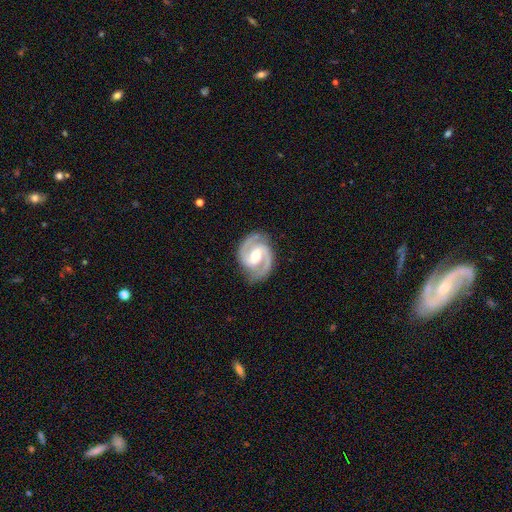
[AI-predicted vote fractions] Smooth or featured?
  - featured or disk: 92% *
  - smooth: 4%
  - star or artifact: 4%
Edge-on disk?
  - no: 98% *
  - yes: 2%
Bar?
  - weak: 46% *
  - strong: 34%
  - no: 20%
Spiral arms?
  - yes: 98% *
  - no: 2%
Spiral winding?
  - medium: 57% *
  - tight: 35%
  - loose: 8%
Spiral arm count?
  - 2: 94% *
  - can't tell: 2%
  - 3: 2%
  - 1: 1%
  - 4: 1%
  - more than 4: 1%
Bulge size?
  - moderate: 69% *
  - small: 26%
  - large: 4%
  - none: 1%
  - dominant: 1%
Merging?
  - none: 85% *
  - minor disturbance: 11%
  - major disturbance: 3%
  - merger: 1%